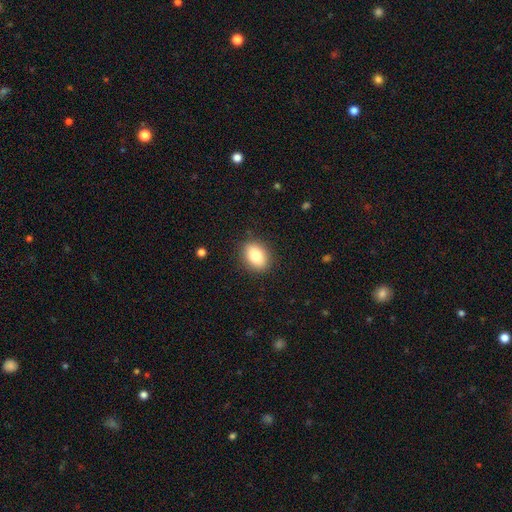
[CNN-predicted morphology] This is clearly a smooth galaxy (81%). How rounded: likely in between (70%). Merging: clearly none (88%).